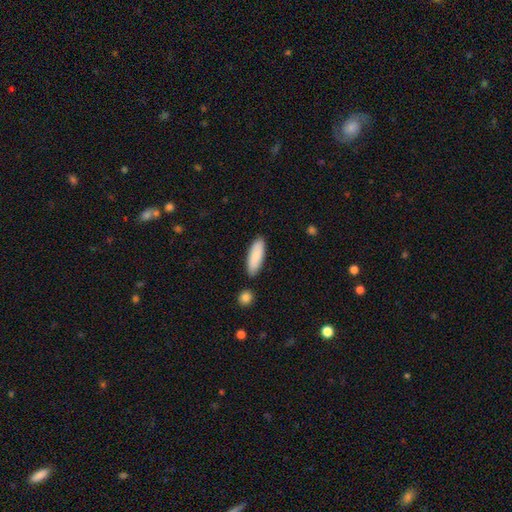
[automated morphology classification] Smooth or featured: smooth — 86% (featured or disk — 9%)
How rounded: in between — 64% (cigar-shaped — 34%)
Merging: none — 85% (minor disturbance — 10%)